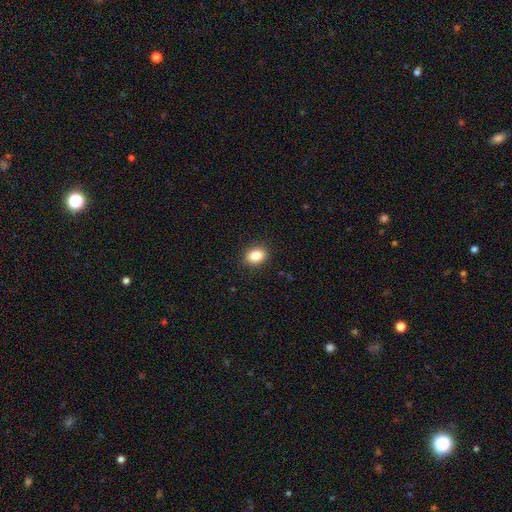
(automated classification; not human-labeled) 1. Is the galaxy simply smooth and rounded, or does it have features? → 85% smooth, 9% star or artifact, 6% featured or disk.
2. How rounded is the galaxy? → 68% in between, 31% round, 1% cigar-shaped.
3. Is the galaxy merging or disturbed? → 89% none, 8% minor disturbance, 2% major disturbance, 1% merger.